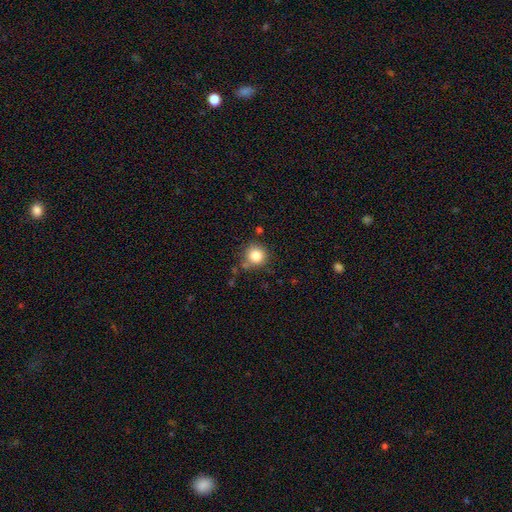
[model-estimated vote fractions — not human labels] The model was most divided on "merging": none: 77%, minor disturbance: 13%, merger: 6%, major disturbance: 4%. More confident: how rounded — round (91%); smooth or featured — smooth (83%).